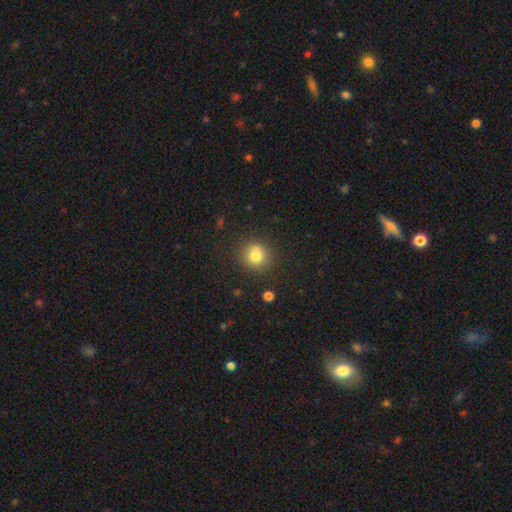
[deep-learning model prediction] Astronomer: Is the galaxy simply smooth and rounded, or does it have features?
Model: smooth — 77%.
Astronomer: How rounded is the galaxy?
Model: round — 89%.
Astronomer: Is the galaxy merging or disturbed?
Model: none — 75%.